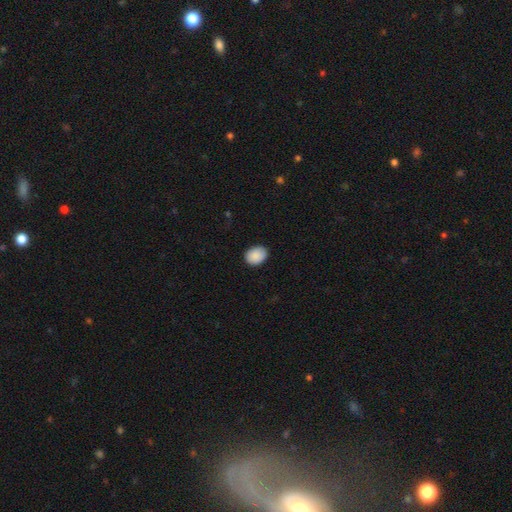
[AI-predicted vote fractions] Smooth or featured? smooth (90%)
How rounded? in between (61%)
Merging? none (85%)